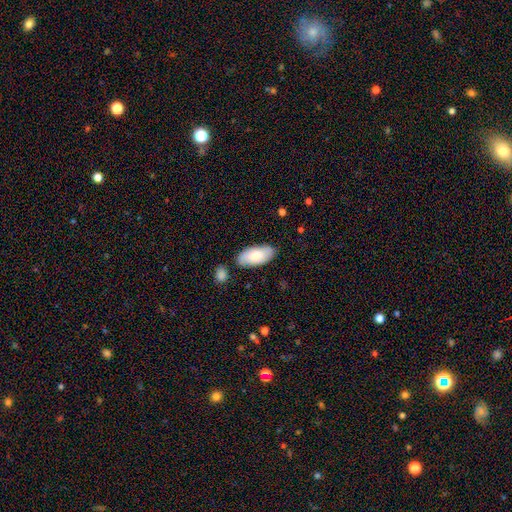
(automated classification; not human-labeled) Smooth or featured? smooth (75%)
How rounded? in between (93%)
Merging? none (78%)